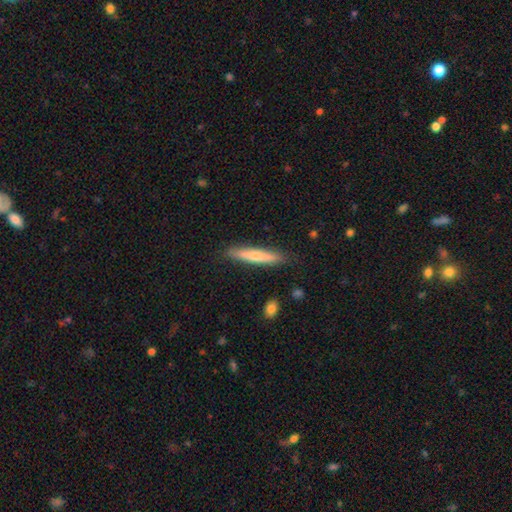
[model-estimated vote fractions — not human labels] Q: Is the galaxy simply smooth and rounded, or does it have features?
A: smooth — 57%.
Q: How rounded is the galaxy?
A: cigar-shaped — 91%.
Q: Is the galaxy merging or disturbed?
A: none — 87%.